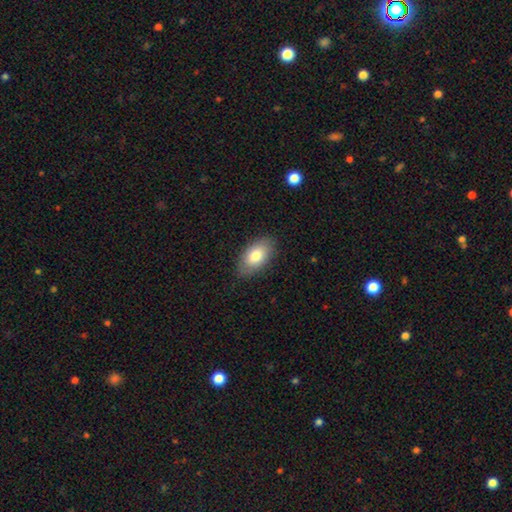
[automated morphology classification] type=smooth (80%); roundness=in between (94%); merging=none (84%).